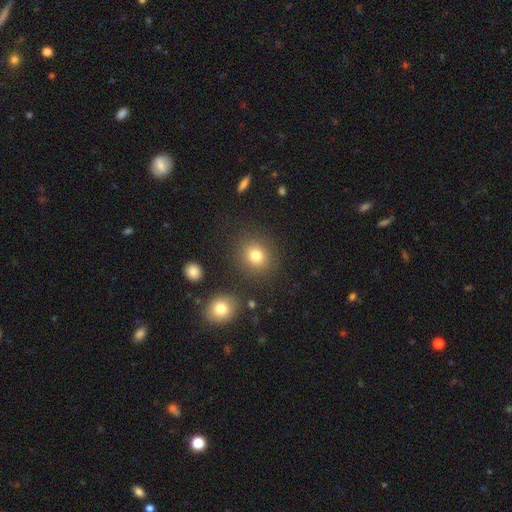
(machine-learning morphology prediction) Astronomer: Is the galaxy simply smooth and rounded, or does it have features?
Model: smooth — 79%.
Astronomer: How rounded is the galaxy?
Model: round — 75%.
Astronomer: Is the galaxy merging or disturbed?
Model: none — 84%.